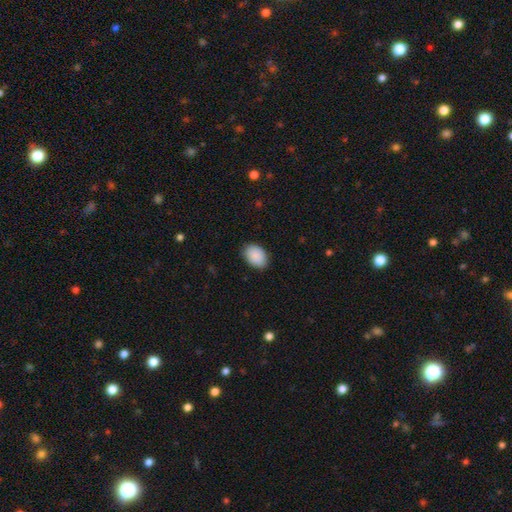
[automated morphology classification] This is clearly a smooth galaxy (91%). How rounded: clearly in between (84%). Merging: clearly none (85%).